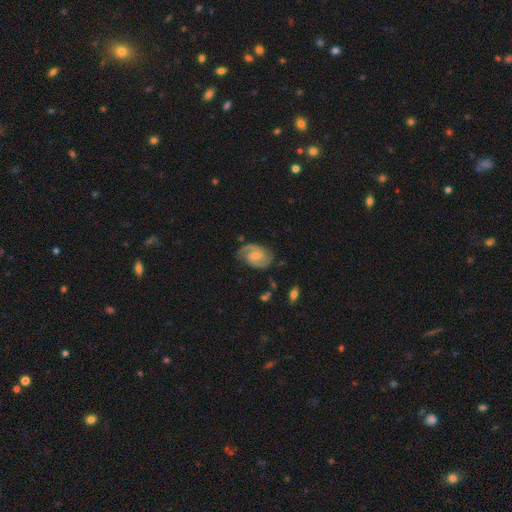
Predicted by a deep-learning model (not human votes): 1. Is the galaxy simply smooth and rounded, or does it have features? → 84% featured or disk, 11% smooth, 5% star or artifact.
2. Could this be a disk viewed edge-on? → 98% no, 2% yes.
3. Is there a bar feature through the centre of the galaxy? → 49% weak, 41% no, 10% strong.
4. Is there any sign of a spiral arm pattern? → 96% yes, 4% no.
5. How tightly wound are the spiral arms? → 51% medium, 32% tight, 18% loose.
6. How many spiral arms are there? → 82% 2, 7% 1, 6% can't tell, 3% 3, 1% 4, 1% more than 4.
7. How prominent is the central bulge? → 54% small, 39% moderate, 4% none, 2% large, 1% dominant.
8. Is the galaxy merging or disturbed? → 71% none, 20% minor disturbance, 7% major disturbance, 2% merger.